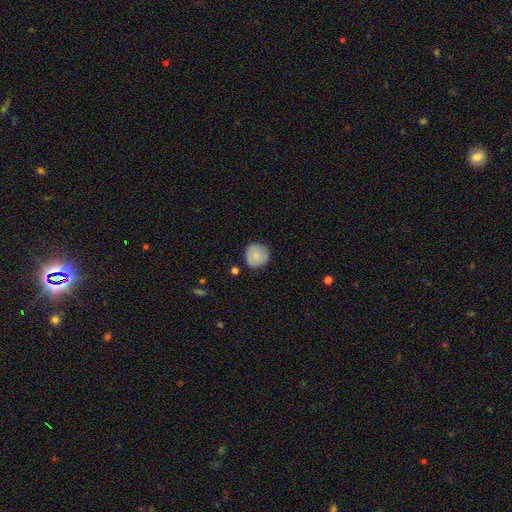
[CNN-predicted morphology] This is likely a smooth galaxy (78%). How rounded: clearly round (93%). Merging: clearly none (84%).